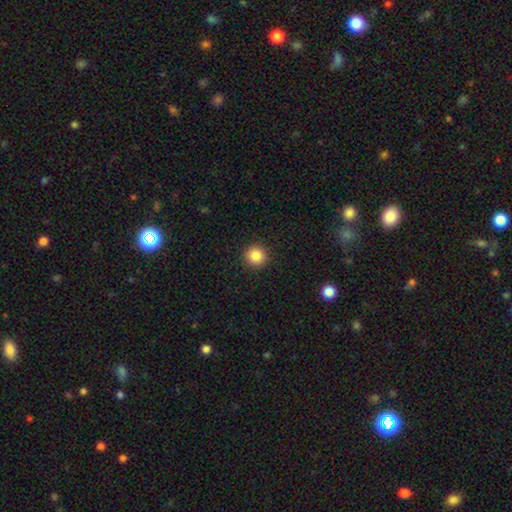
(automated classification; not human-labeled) smooth_or_featured: smooth (p=0.85) [alt: star or artifact p=0.10]
how_rounded: round (p=0.94) [alt: in between p=0.05]
merging: none (p=0.92) [alt: minor disturbance p=0.05]